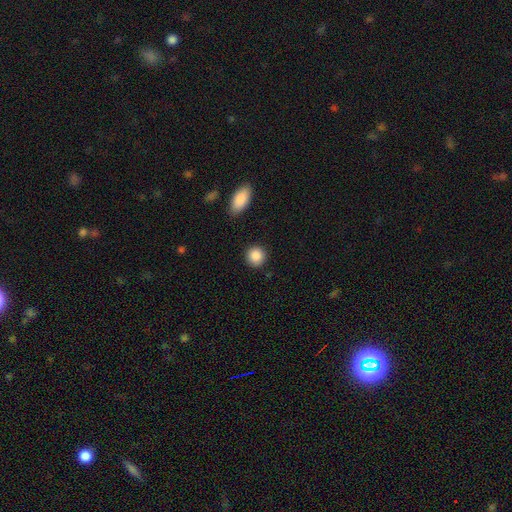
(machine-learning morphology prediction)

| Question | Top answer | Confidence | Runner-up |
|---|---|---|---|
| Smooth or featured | smooth | 89% | star or artifact (8%) |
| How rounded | round | 89% | in between (10%) |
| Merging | none | 90% | minor disturbance (6%) |